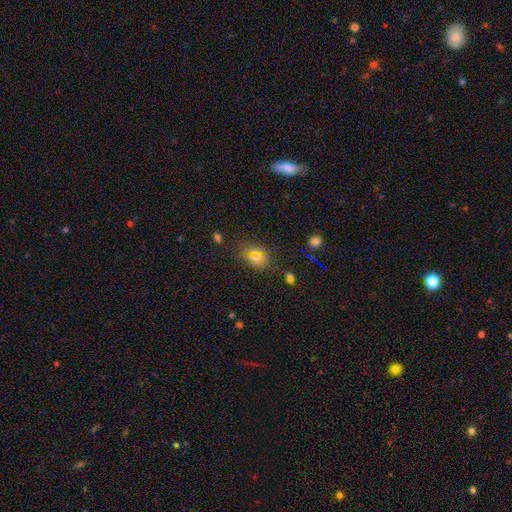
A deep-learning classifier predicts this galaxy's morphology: Q: Smooth or featured?
A: smooth (63%); runner-up: star or artifact (27%)
Q: How rounded?
A: in between (66%); runner-up: round (30%)
Q: Merging?
A: none (81%); runner-up: minor disturbance (13%)